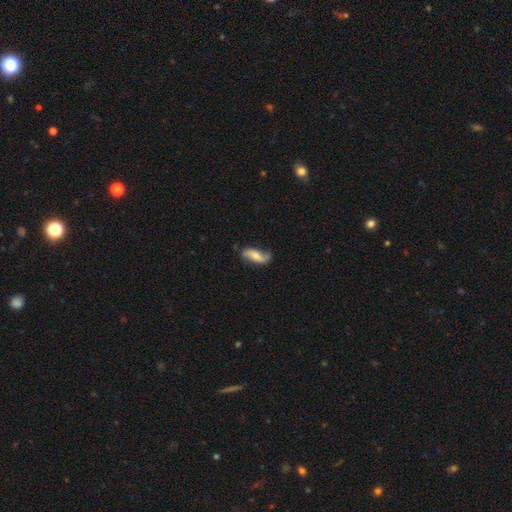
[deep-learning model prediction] Morphology: type=featured or disk (72%); edge-on=no (93%); bar=no (54%); spiral arms=yes (94%); winding=loose (76%); arm count=2 (89%); bulge=moderate (45%); merging=none (71%).